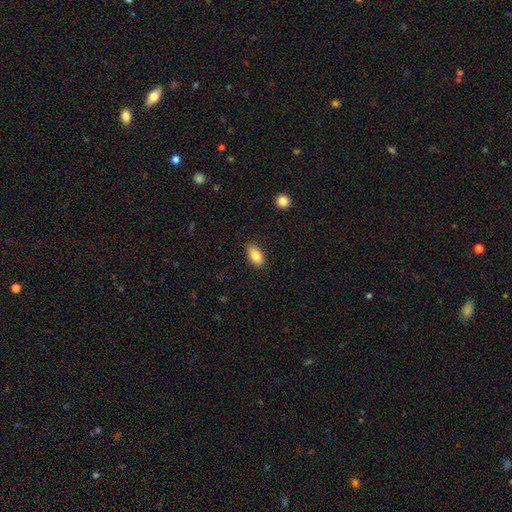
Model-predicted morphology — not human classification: Q: Smooth or featured?
A: smooth (84%); runner-up: featured or disk (8%)
Q: How rounded?
A: in between (92%); runner-up: round (5%)
Q: Merging?
A: none (87%); runner-up: minor disturbance (10%)